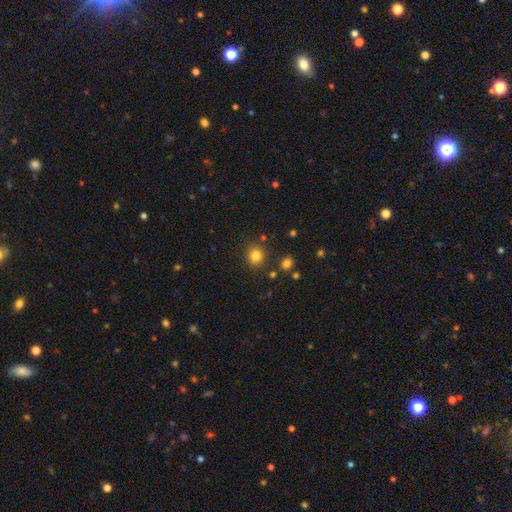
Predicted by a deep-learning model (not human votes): Smooth or featured?
  - smooth: 82% *
  - star or artifact: 13%
  - featured or disk: 5%
How rounded?
  - round: 79% *
  - in between: 20%
  - cigar-shaped: 1%
Merging?
  - none: 83% *
  - minor disturbance: 9%
  - merger: 4%
  - major disturbance: 3%